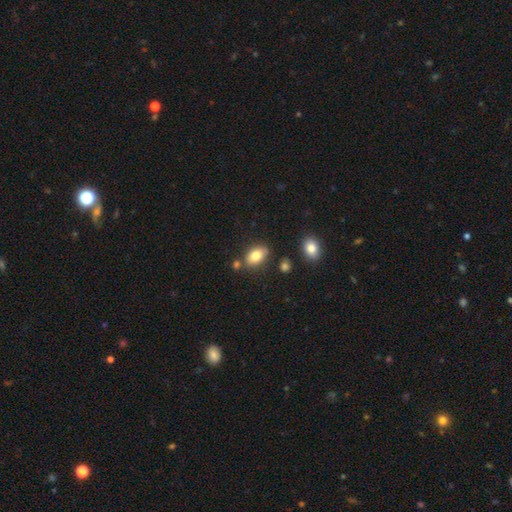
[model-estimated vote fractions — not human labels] This is clearly a smooth galaxy (82%). How rounded: clearly in between (88%). Merging: likely none (74%).